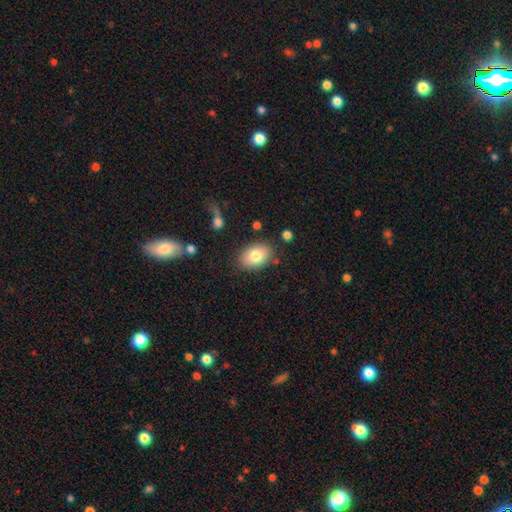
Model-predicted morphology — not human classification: A smooth galaxy with no disk features (81%) that is in between round and cigar-shaped (86%). Merging: none (83%).